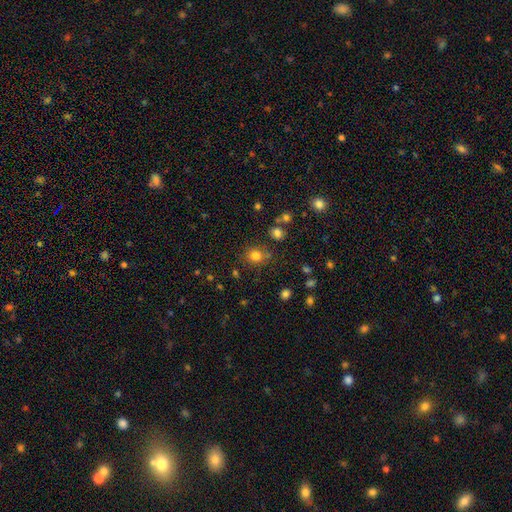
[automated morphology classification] type=smooth (79%); roundness=round (79%); merging=none (76%).